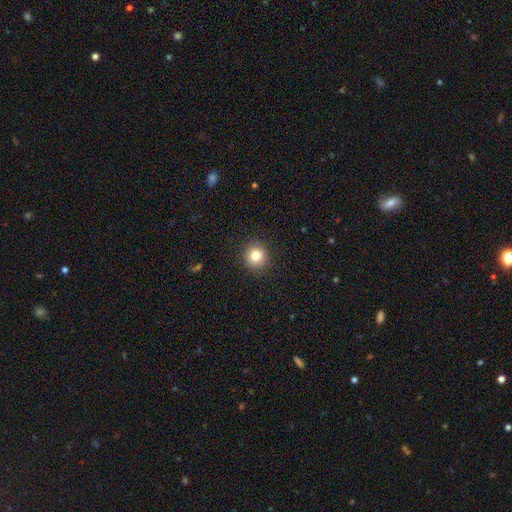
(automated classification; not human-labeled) Smooth or featured: smooth — 82% (star or artifact — 11%)
How rounded: round — 92% (in between — 7%)
Merging: none — 91% (minor disturbance — 6%)